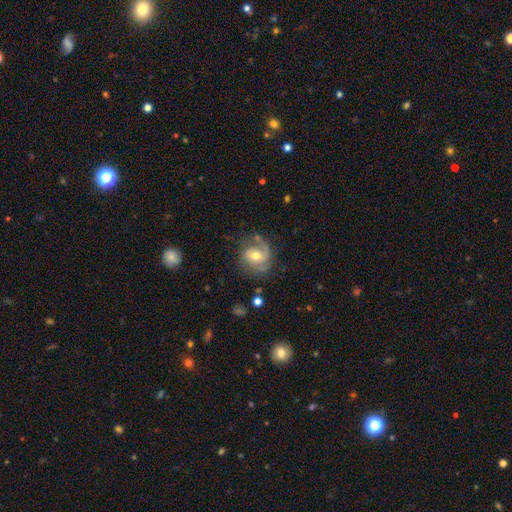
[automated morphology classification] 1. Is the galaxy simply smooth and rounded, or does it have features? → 77% featured or disk, 16% smooth, 7% star or artifact.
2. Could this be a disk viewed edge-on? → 97% no, 3% yes.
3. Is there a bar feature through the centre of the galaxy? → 55% no, 36% weak, 9% strong.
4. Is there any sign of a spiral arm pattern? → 93% yes, 7% no.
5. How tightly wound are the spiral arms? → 45% medium, 33% tight, 22% loose.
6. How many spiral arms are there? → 47% 2, 29% 1, 11% can't tell, 9% 3, 2% 4, 2% more than 4.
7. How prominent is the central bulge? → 69% moderate, 23% small, 6% large, 1% none, 1% dominant.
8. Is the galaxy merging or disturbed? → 61% none, 22% minor disturbance, 15% major disturbance, 3% merger.